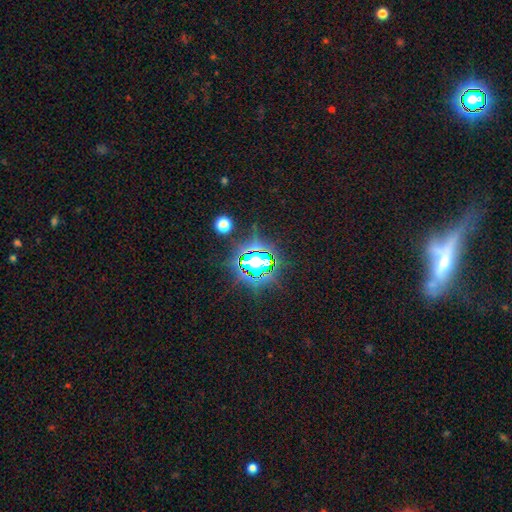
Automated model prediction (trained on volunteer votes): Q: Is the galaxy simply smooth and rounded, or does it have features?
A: star or artifact — 77%.